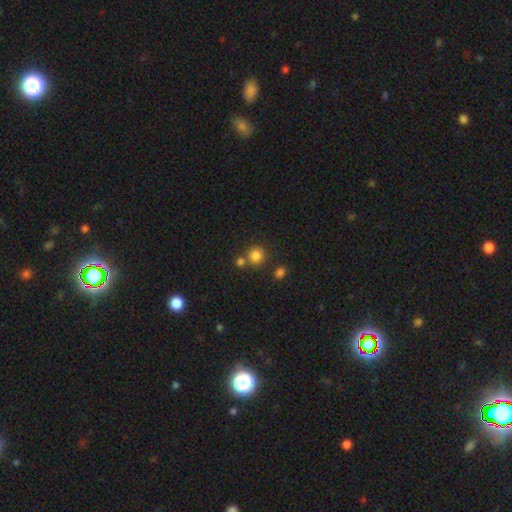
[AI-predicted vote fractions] Smooth or featured?
  - smooth: 81% *
  - star or artifact: 13%
  - featured or disk: 6%
How rounded?
  - round: 89% *
  - in between: 10%
  - cigar-shaped: 1%
Merging?
  - none: 68% *
  - merger: 21%
  - minor disturbance: 8%
  - major disturbance: 3%